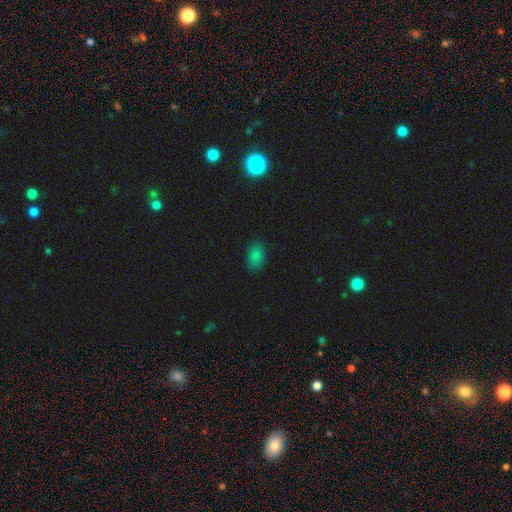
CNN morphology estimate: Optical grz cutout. It shows a smooth galaxy with no disk features (83%) that is in between round and cigar-shaped (89%). Merging: none (83%).